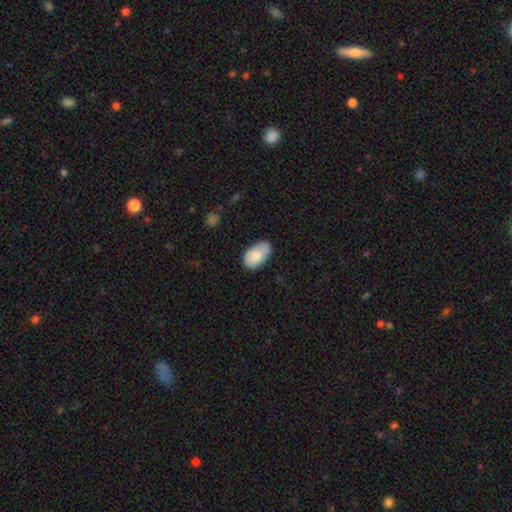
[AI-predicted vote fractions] smooth 81%, featured or disk 12%, star or artifact 6%. Down the decision tree: how rounded — in between (94%); merging — none (70%).